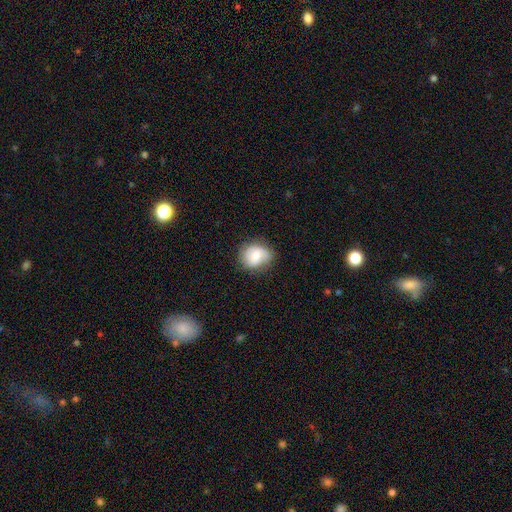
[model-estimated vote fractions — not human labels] This is possibly a smooth galaxy (54%). How rounded: likely round (68%). Merging: likely none (75%).